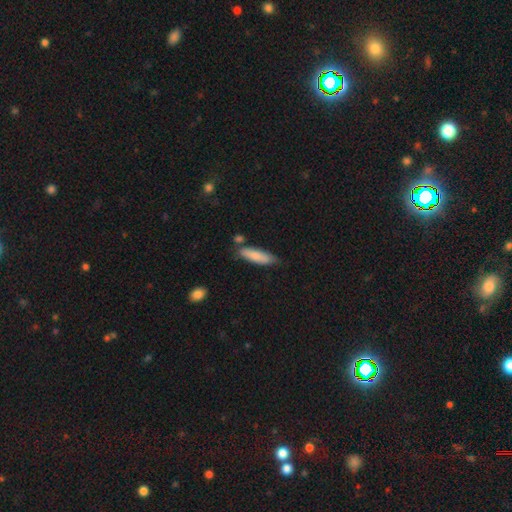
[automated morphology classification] smooth 81%, featured or disk 13%, star or artifact 6%. Down the decision tree: how rounded — cigar-shaped (62%); merging — none (69%).